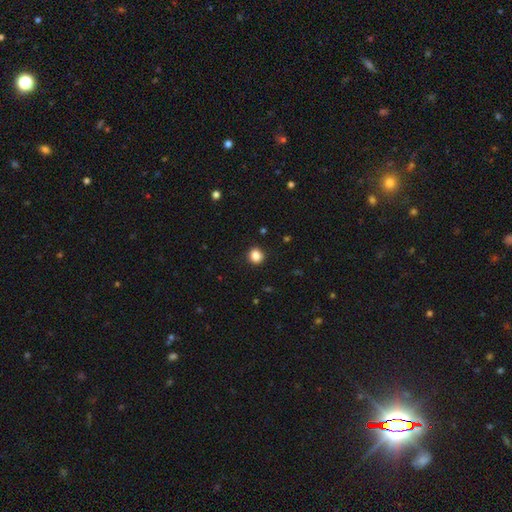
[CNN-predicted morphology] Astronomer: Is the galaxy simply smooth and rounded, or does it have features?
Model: smooth — 86%.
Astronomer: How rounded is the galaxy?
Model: round — 85%.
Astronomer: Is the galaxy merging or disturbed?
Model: none — 91%.